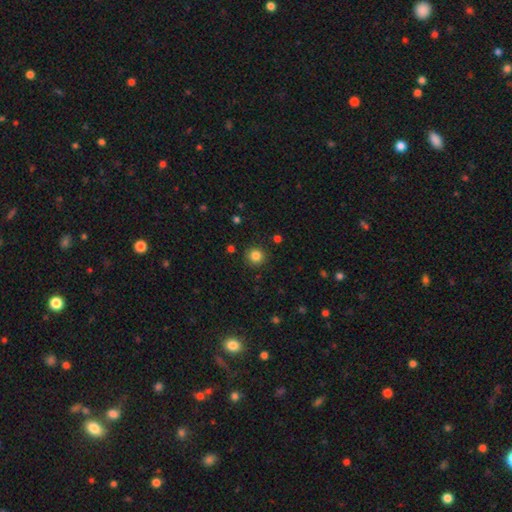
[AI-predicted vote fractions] smooth_or_featured: smooth (p=0.84) [alt: star or artifact p=0.12]
how_rounded: round (p=0.93) [alt: in between p=0.06]
merging: none (p=0.90) [alt: minor disturbance p=0.06]